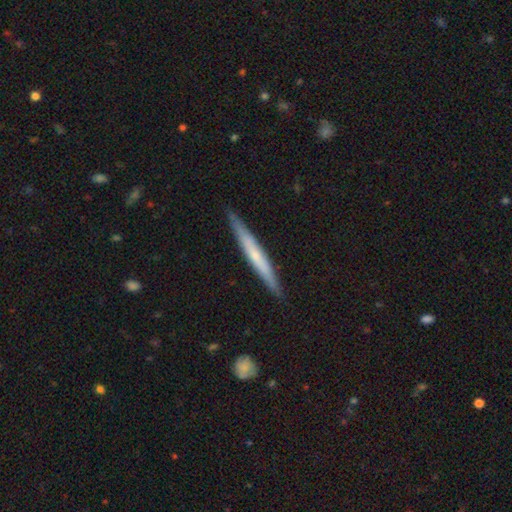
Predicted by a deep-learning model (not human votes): A featured or disk galaxy (51%) viewed edge-on (95%).

Vote fractions:
- Smooth or featured? featured or disk: 51% / smooth: 43% / star or artifact: 5%
- Edge-on disk? yes: 95% / no: 5%
- Merging? none: 89% / minor disturbance: 8% / major disturbance: 1% / merger: 1%